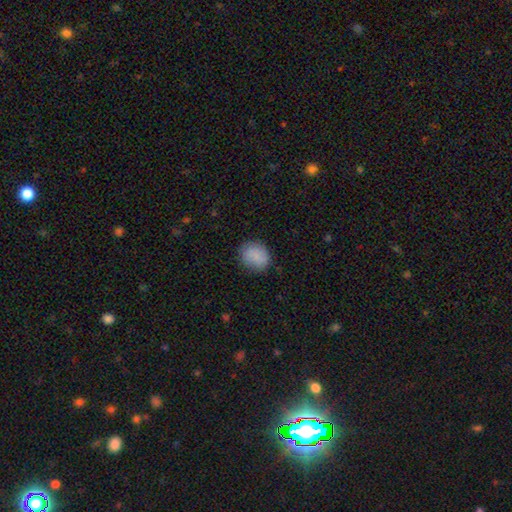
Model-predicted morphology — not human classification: A smooth galaxy with no disk features (85%) that is round (67%).

Vote fractions:
- Smooth or featured? smooth: 85% / star or artifact: 8% / featured or disk: 8%
- How rounded? round: 67% / in between: 32% / cigar-shaped: 1%
- Merging? none: 80% / minor disturbance: 15% / major disturbance: 4% / merger: 1%